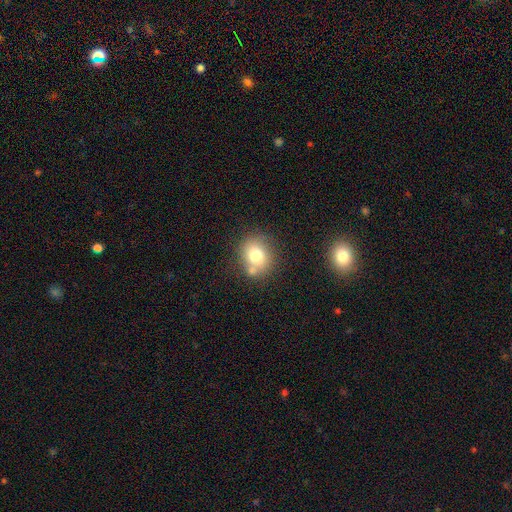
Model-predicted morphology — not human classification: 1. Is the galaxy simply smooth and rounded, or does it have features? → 75% smooth, 14% featured or disk, 11% star or artifact.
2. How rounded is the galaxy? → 68% round, 31% in between, 1% cigar-shaped.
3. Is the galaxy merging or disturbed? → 64% none, 17% merger, 15% minor disturbance, 5% major disturbance.